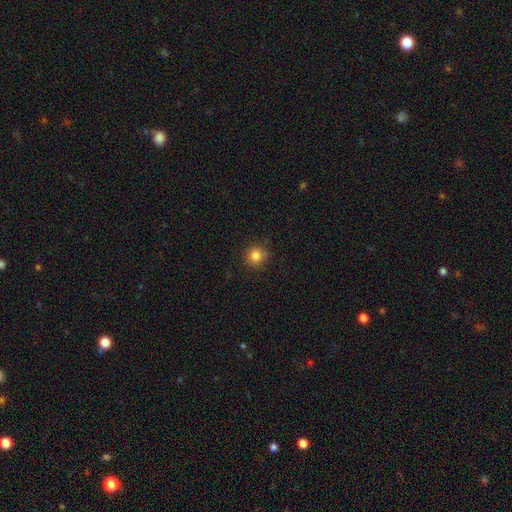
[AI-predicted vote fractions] A smooth galaxy with no disk features (83%) that is round (93%). Merging: none (89%).